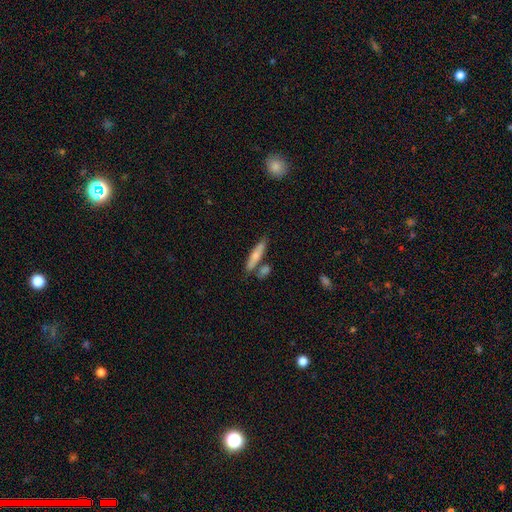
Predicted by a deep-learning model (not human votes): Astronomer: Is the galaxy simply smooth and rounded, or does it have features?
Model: smooth — 67%.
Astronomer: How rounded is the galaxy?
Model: cigar-shaped — 82%.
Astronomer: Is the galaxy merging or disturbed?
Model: none — 66%.